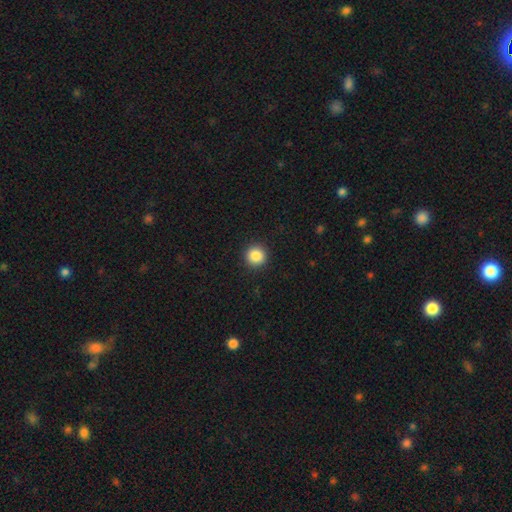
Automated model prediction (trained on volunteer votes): Smooth or featured? Predicted: smooth (p=0.87). How rounded? Predicted: round (p=0.95). Merging? Predicted: none (p=0.92).